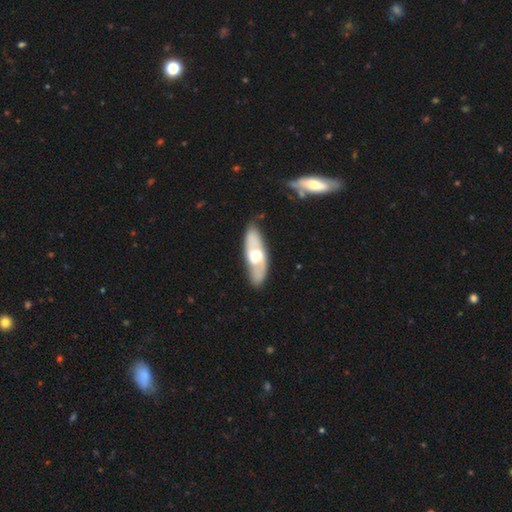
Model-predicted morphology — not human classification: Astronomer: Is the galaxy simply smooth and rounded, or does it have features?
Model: featured or disk — 61%.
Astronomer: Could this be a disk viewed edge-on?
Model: no — 73%.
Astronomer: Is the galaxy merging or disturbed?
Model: none — 78%.